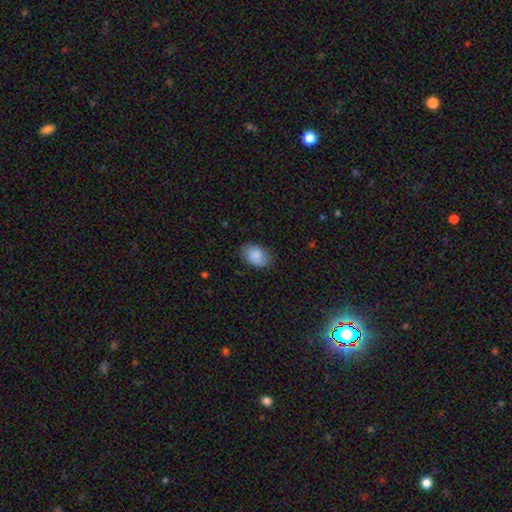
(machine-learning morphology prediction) A smooth galaxy with no disk features (87%) that is in between round and cigar-shaped (84%).

Vote fractions:
- Smooth or featured? smooth: 87% / star or artifact: 7% / featured or disk: 6%
- How rounded? in between: 84% / round: 15% / cigar-shaped: 1%
- Merging? none: 79% / minor disturbance: 17% / major disturbance: 4% / merger: 1%